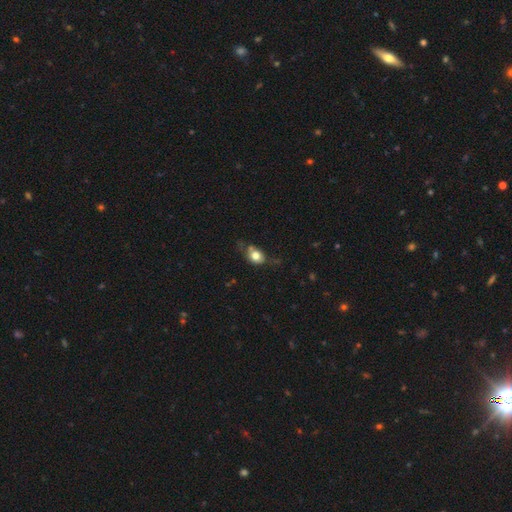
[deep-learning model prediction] This appears to be a smooth galaxy with no disk features (76%) that is in between round and cigar-shaped (59%). Merging: none (45%).